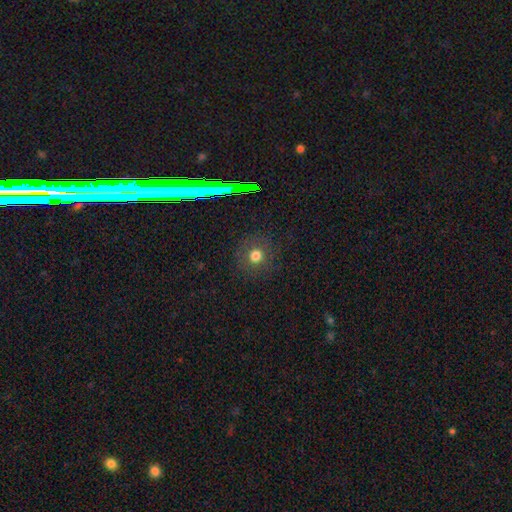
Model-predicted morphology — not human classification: Smooth or featured: smooth — 74% (star or artifact — 17%)
How rounded: round — 92% (in between — 7%)
Merging: none — 87% (minor disturbance — 8%)